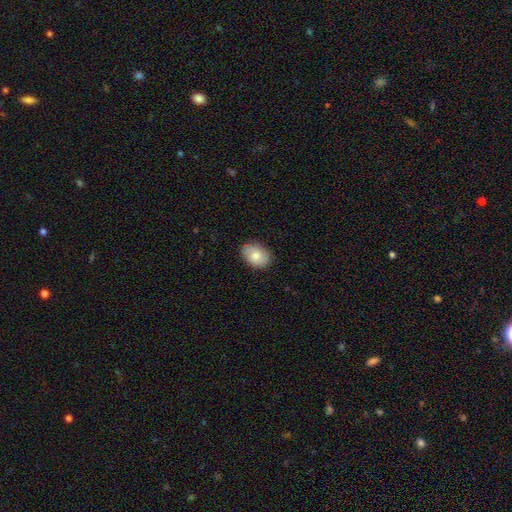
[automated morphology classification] Smooth or featured?
  - smooth: 71% *
  - featured or disk: 22%
  - star or artifact: 7%
How rounded?
  - in between: 71% *
  - round: 28%
  - cigar-shaped: 1%
Merging?
  - none: 83% *
  - minor disturbance: 13%
  - major disturbance: 3%
  - merger: 1%